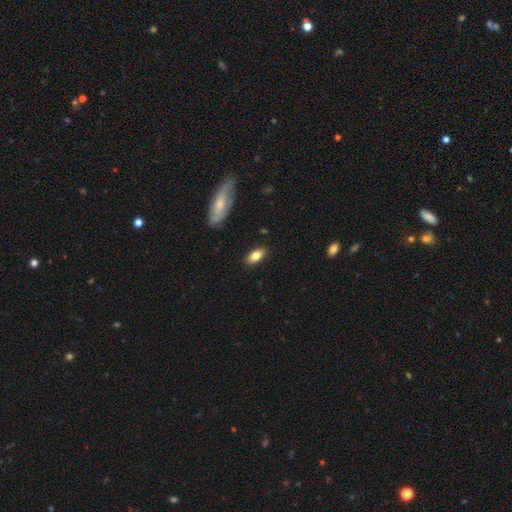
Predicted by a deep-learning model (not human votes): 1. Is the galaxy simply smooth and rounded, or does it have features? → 77% smooth, 16% featured or disk, 7% star or artifact.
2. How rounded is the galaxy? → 87% in between, 10% cigar-shaped, 3% round.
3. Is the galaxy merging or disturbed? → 87% none, 9% minor disturbance, 2% major disturbance, 1% merger.